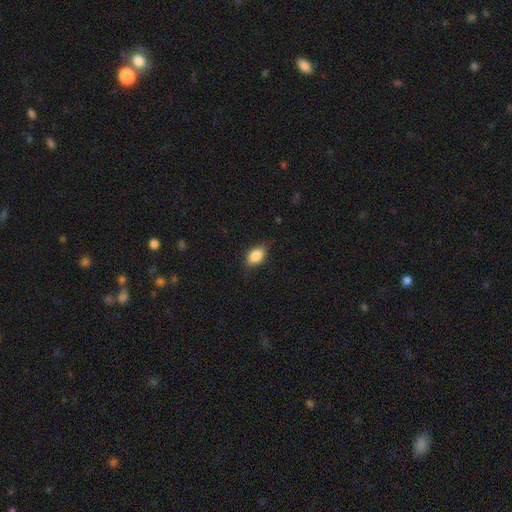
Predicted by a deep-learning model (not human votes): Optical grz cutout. It shows a smooth galaxy with no disk features (84%) that is in between round and cigar-shaped (86%). Merging: none (76%).